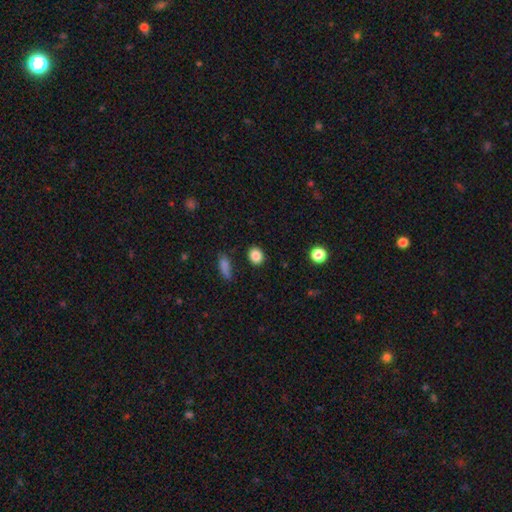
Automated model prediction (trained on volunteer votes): smooth-or-featured: smooth: 86% | star or artifact: 10% | featured or disk: 4%
  how-rounded: round: 66% | in between: 33% | cigar-shaped: 2%
  merging: none: 86% | minor disturbance: 9% | major disturbance: 3% | merger: 2%